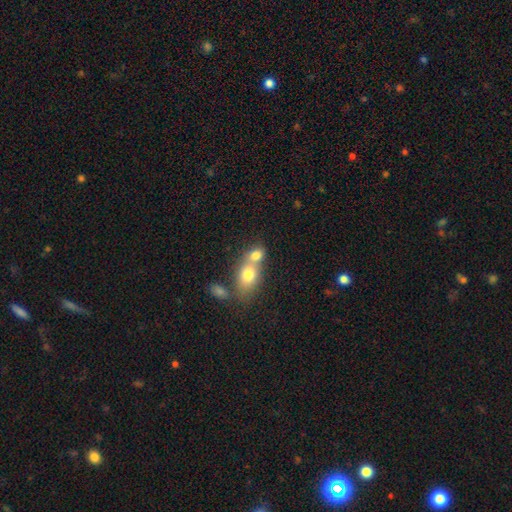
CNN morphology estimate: Smooth or featured? smooth (75%)
How rounded? in between (60%)
Merging? merger (66%)